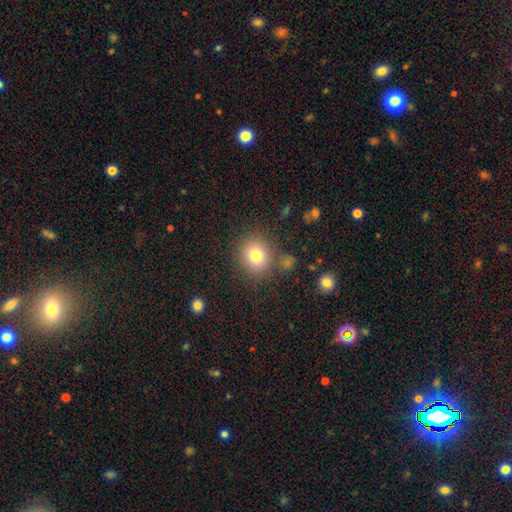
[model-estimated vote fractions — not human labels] A smooth galaxy with no disk features (79%) that is round (82%).

Vote fractions:
- Smooth or featured? smooth: 79% / star or artifact: 12% / featured or disk: 9%
- How rounded? round: 82% / in between: 17% / cigar-shaped: 1%
- Merging? none: 79% / minor disturbance: 10% / merger: 7% / major disturbance: 4%